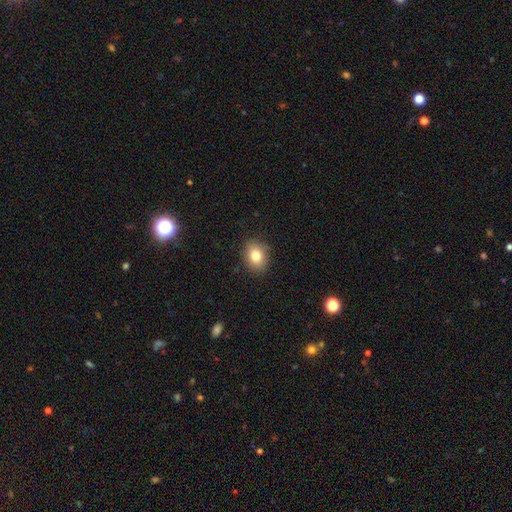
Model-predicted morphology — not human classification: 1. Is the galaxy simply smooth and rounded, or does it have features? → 81% smooth, 10% star or artifact, 9% featured or disk.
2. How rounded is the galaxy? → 59% in between, 40% round, 1% cigar-shaped.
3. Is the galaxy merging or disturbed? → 86% none, 10% minor disturbance, 2% major disturbance, 1% merger.